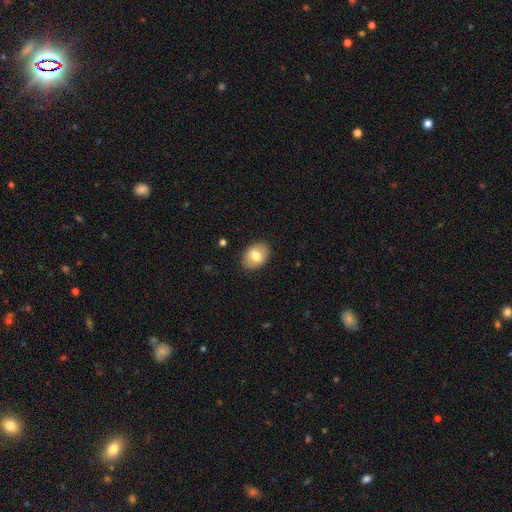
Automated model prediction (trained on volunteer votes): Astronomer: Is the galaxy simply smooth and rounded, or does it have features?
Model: smooth — 75%.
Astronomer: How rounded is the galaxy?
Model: in between — 76%.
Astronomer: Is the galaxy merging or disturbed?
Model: none — 88%.